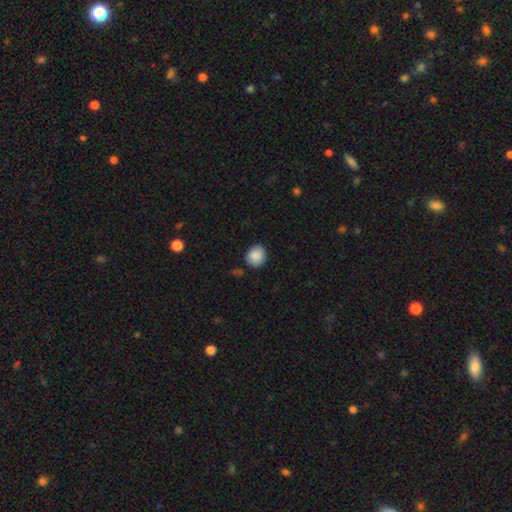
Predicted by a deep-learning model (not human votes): Q: Smooth or featured?
A: smooth (88%); runner-up: star or artifact (8%)
Q: How rounded?
A: round (78%); runner-up: in between (21%)
Q: Merging?
A: none (83%); runner-up: minor disturbance (13%)